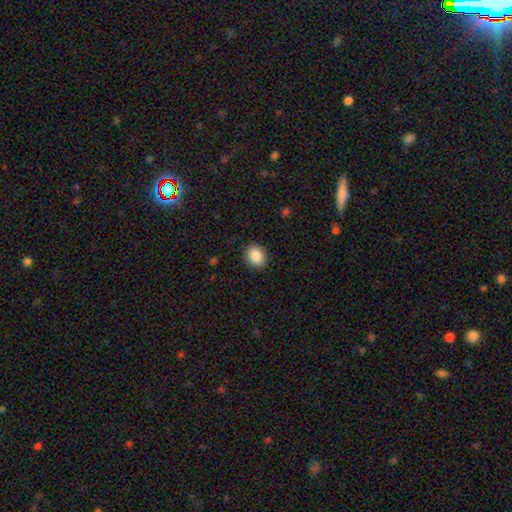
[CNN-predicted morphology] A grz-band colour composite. It shows a smooth galaxy with no disk features (87%) that is round (51%). Merging: none (89%).